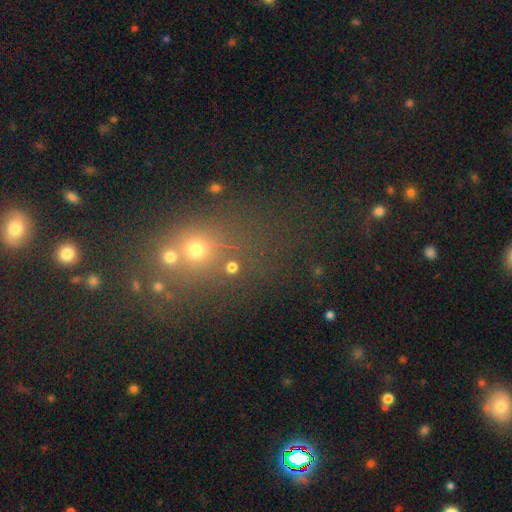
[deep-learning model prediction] star or artifact 44%, smooth 43%, featured or disk 13%.